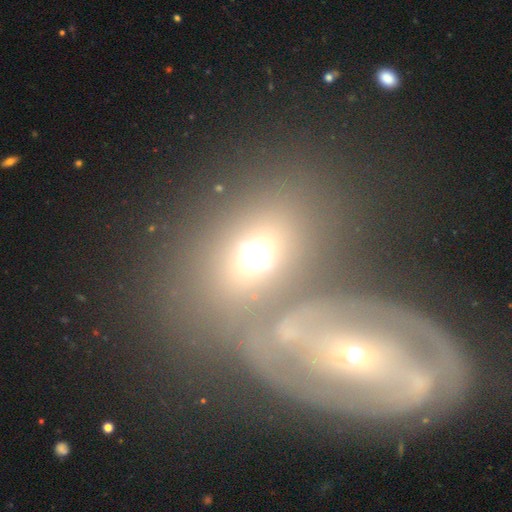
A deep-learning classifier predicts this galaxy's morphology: Overall: smooth (50%; featured or disk 37%). How rounded: in between (75%). Merging: merger (46%; none 35%).